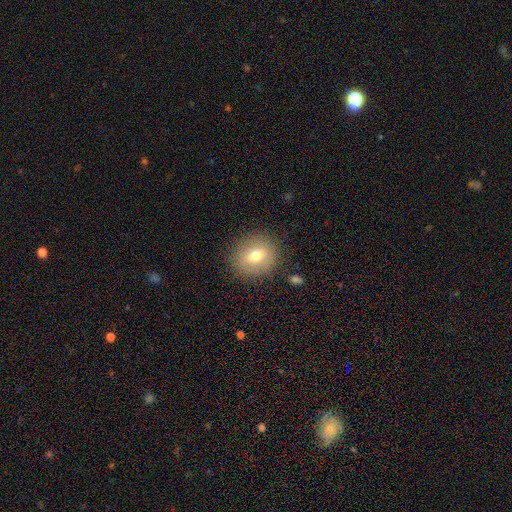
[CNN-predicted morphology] Smooth or featured? Predicted: smooth (p=0.68). How rounded? Predicted: round (p=0.73). Merging? Predicted: none (p=0.86).